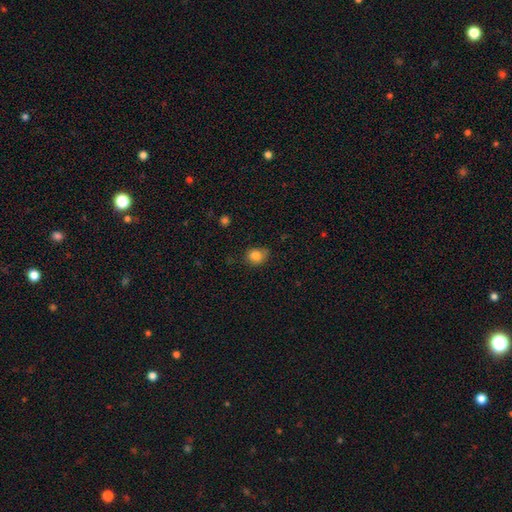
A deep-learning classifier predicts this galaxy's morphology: Smooth or featured? Predicted: smooth (p=0.82). How rounded? Predicted: round (p=0.66). Merging? Predicted: none (p=0.69).